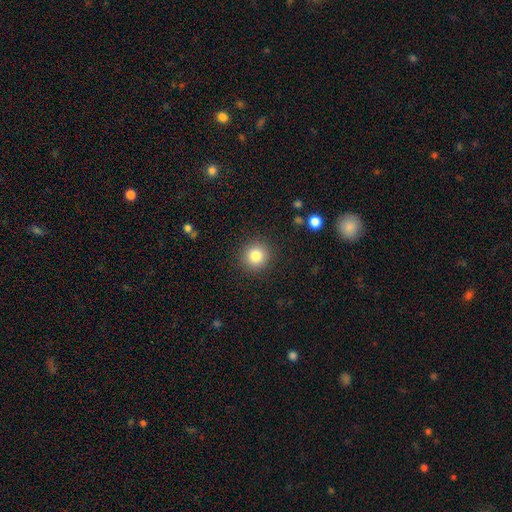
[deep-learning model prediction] smooth 83%, star or artifact 10%, featured or disk 7%. Down the decision tree: how rounded — round (93%); merging — none (90%).